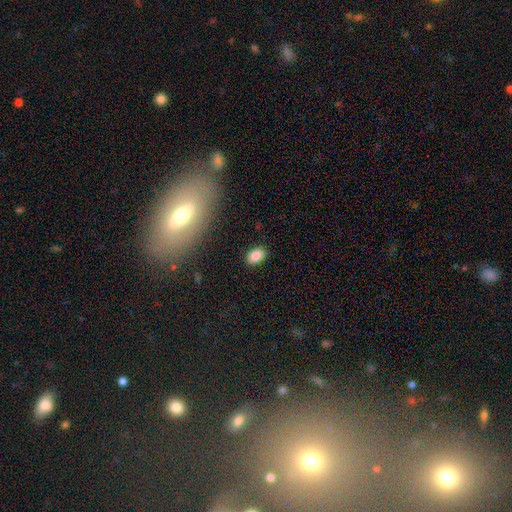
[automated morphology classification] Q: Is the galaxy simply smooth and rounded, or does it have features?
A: smooth — 86%.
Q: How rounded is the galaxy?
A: in between — 86%.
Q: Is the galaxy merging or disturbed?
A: none — 87%.